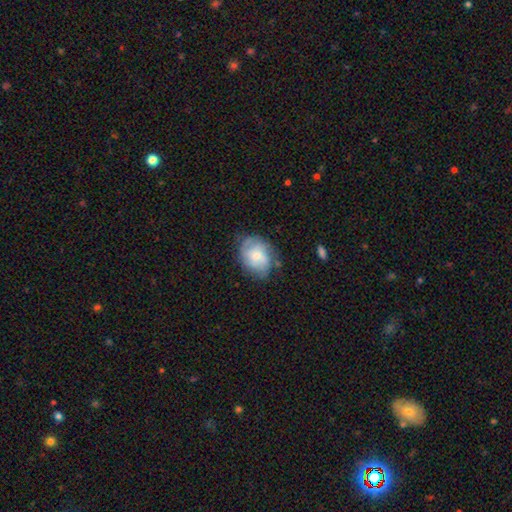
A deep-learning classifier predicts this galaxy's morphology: Smooth or featured?
  - smooth: 54% *
  - featured or disk: 39%
  - star or artifact: 7%
How rounded?
  - in between: 61% *
  - round: 38%
  - cigar-shaped: 1%
Merging?
  - none: 62% *
  - minor disturbance: 26%
  - major disturbance: 9%
  - merger: 2%